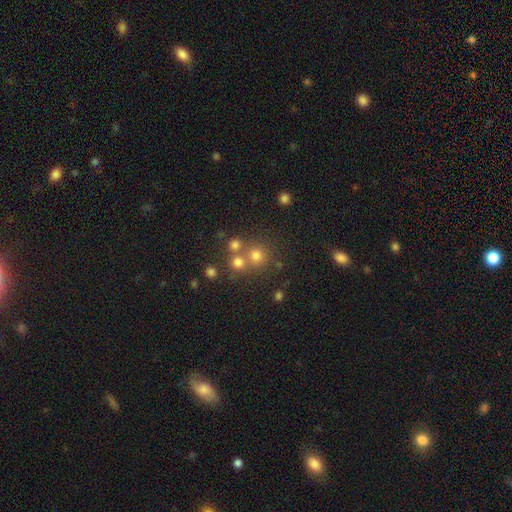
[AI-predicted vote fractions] Smooth or featured? smooth (66%)
How rounded? round (89%)
Merging? none (59%)